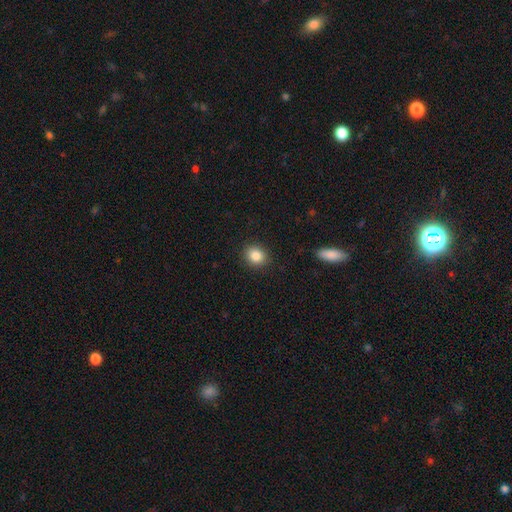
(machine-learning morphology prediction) Q: Smooth or featured?
A: smooth (84%); runner-up: star or artifact (10%)
Q: How rounded?
A: round (73%); runner-up: in between (26%)
Q: Merging?
A: none (89%); runner-up: minor disturbance (7%)